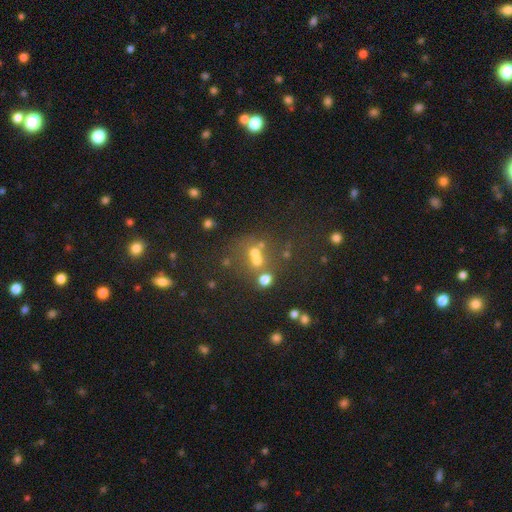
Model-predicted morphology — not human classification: smooth_or_featured: star or artifact (p=0.42) [alt: smooth p=0.39]